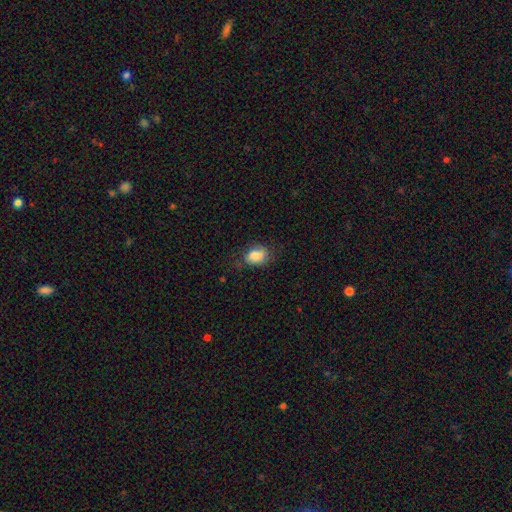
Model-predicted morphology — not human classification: smooth 79%, featured or disk 12%, star or artifact 9%. Down the decision tree: how rounded — in between (76%); merging — none (55%).